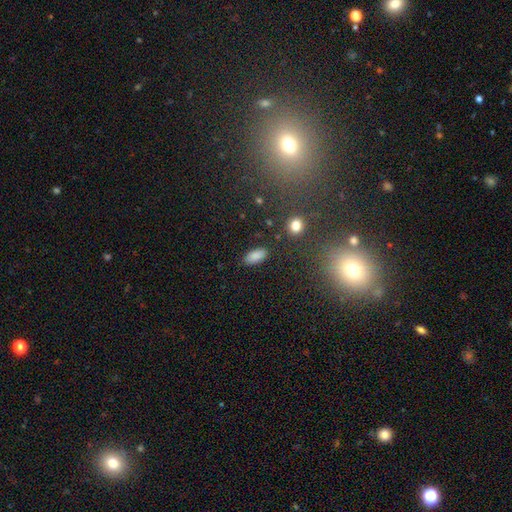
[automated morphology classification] This is clearly a smooth galaxy (86%). How rounded: clearly in between (89%). Merging: clearly none (87%).